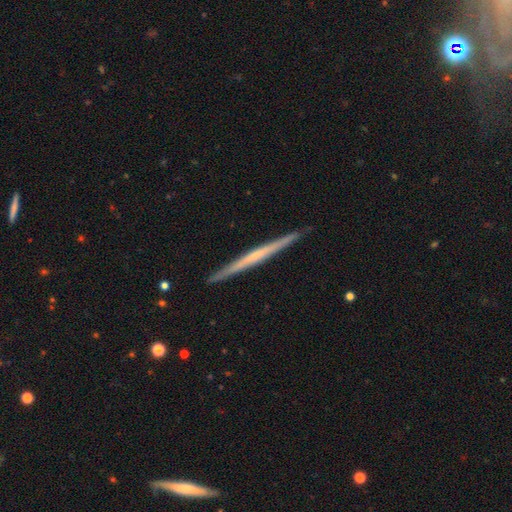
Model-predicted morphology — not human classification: A featured or disk galaxy (65%) viewed edge-on (98%) with no central bulge (76%). Merging: none (92%).